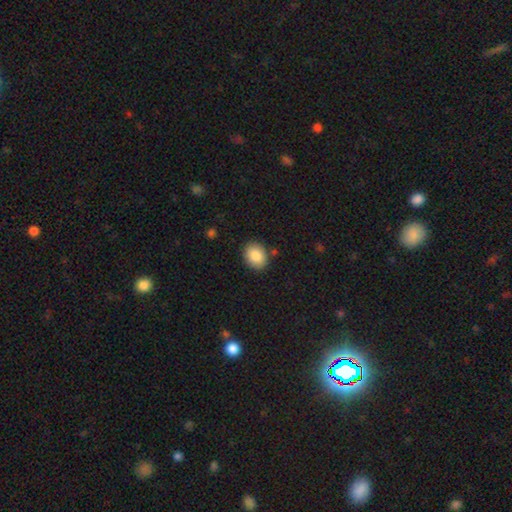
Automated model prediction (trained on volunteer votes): Overall: smooth (86%). How rounded: in between (59%; round 40%). Merging: none (86%).